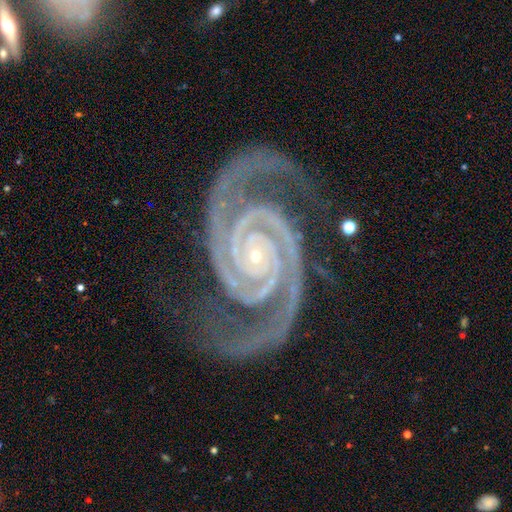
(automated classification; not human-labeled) Q: Smooth or featured?
A: featured or disk (94%); runner-up: star or artifact (4%)
Q: Edge-on disk?
A: no (98%); runner-up: yes (2%)
Q: Bar?
A: no (72%); runner-up: weak (15%)
Q: Spiral arms?
A: yes (99%); runner-up: no (1%)
Q: Spiral winding?
A: tight (76%); runner-up: medium (21%)
Q: Spiral arm count?
A: 2 (90%); runner-up: 3 (4%)
Q: Bulge size?
A: small (88%); runner-up: moderate (9%)
Q: Merging?
A: none (75%); runner-up: minor disturbance (17%)